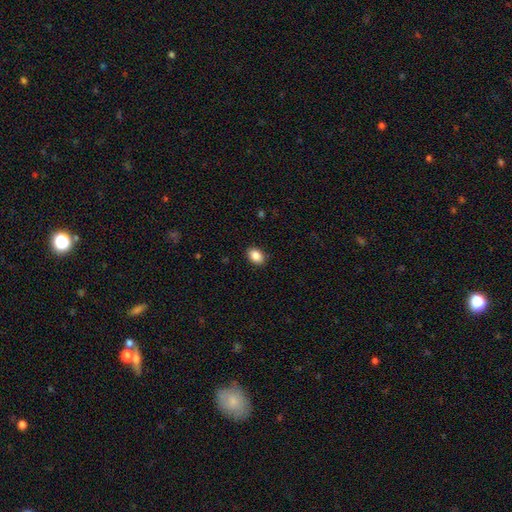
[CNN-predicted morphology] This is clearly a smooth galaxy (88%). How rounded: clearly in between (80%). Merging: clearly none (88%).